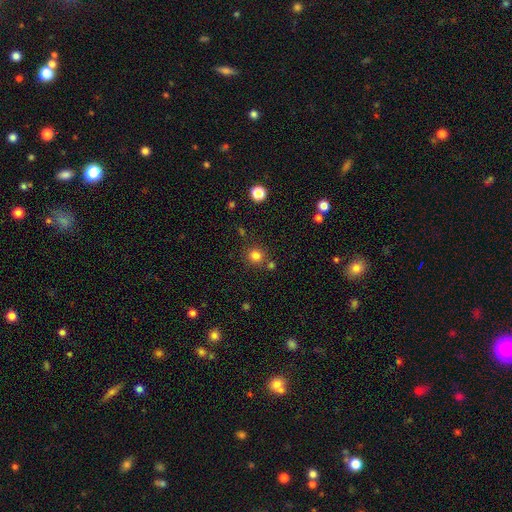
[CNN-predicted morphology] Overall: smooth (80%). How rounded: round (91%). Merging: none (79%).